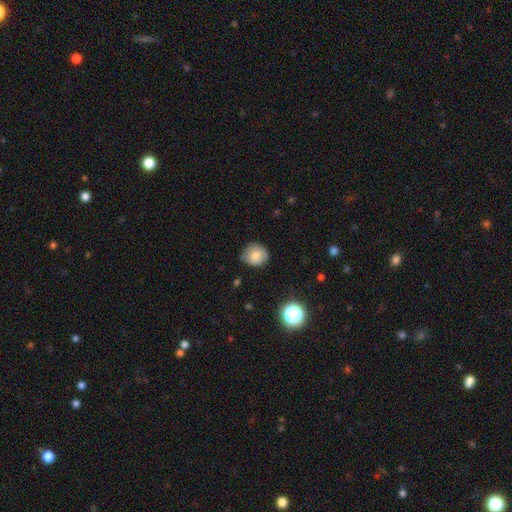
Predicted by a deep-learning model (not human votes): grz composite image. It shows a smooth galaxy with no disk features (78%) that is round (80%). Merging: none (73%).